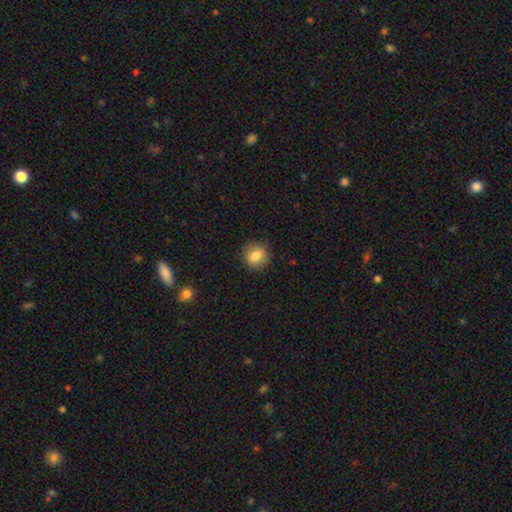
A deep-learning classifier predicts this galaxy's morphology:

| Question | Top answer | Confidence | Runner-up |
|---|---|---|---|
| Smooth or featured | smooth | 82% | star or artifact (9%) |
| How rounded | round | 78% | in between (21%) |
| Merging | none | 85% | minor disturbance (11%) |